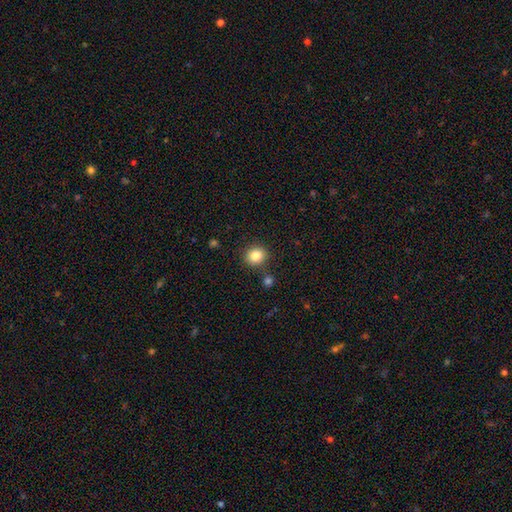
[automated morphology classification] smooth_or_featured: smooth (p=0.83) [alt: star or artifact p=0.11]
how_rounded: round (p=0.85) [alt: in between p=0.14]
merging: none (p=0.85) [alt: minor disturbance p=0.08]